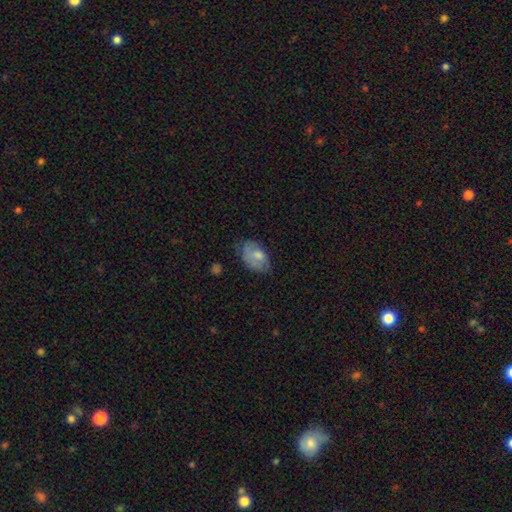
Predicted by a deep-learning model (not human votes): Q: Smooth or featured?
A: smooth (71%); runner-up: featured or disk (22%)
Q: How rounded?
A: in between (88%); runner-up: round (10%)
Q: Merging?
A: none (52%); runner-up: minor disturbance (34%)